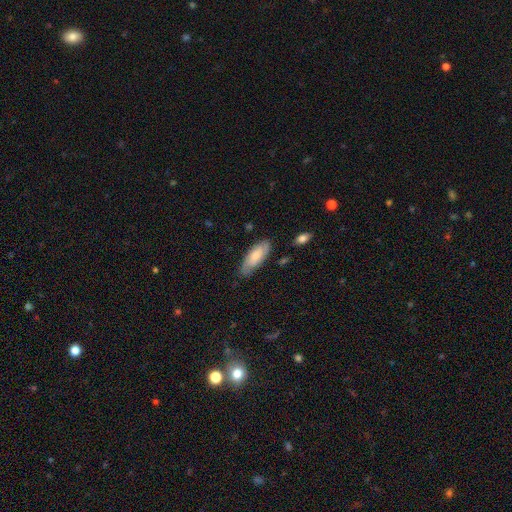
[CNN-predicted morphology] smooth_or_featured: smooth (p=0.73) [alt: featured or disk p=0.21]
how_rounded: in between (p=0.73) [alt: cigar-shaped p=0.26]
merging: none (p=0.71) [alt: minor disturbance p=0.23]